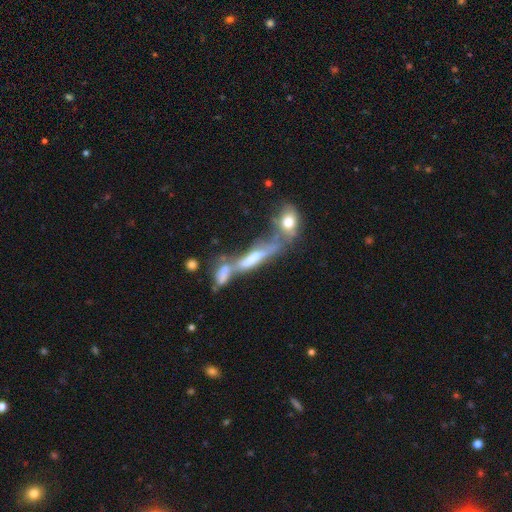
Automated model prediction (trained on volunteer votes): featured or disk 50%, smooth 38%, star or artifact 12%. Down the decision tree: edge-on disk — no (61%); merging — merger (64%).